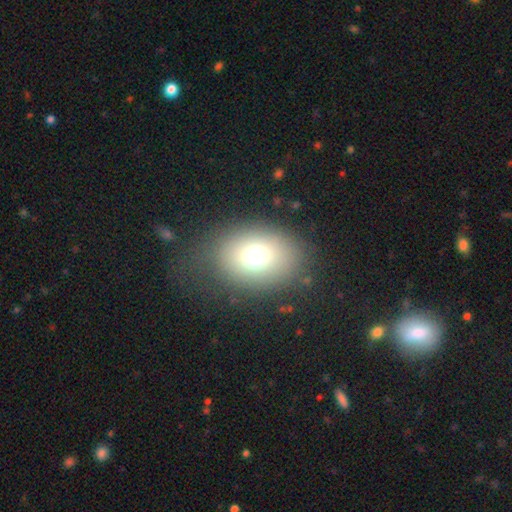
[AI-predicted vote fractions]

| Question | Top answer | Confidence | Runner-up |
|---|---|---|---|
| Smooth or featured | smooth | 72% | star or artifact (15%) |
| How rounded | in between | 59% | round (40%) |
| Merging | none | 74% | minor disturbance (14%) |